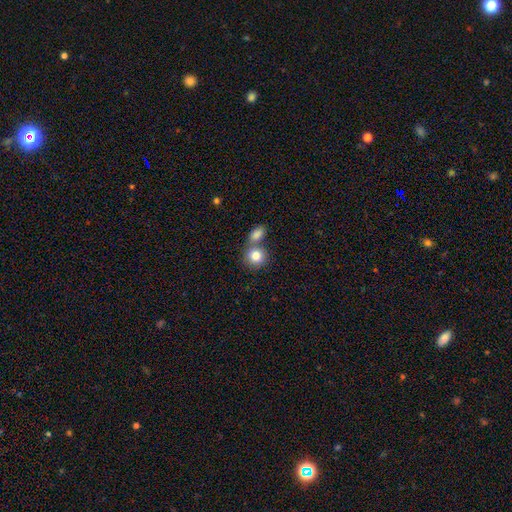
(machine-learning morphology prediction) Smooth or featured?
  - smooth: 83% *
  - featured or disk: 8%
  - star or artifact: 8%
How rounded?
  - round: 80% *
  - in between: 19%
  - cigar-shaped: 1%
Merging?
  - none: 47% *
  - merger: 41%
  - minor disturbance: 9%
  - major disturbance: 3%